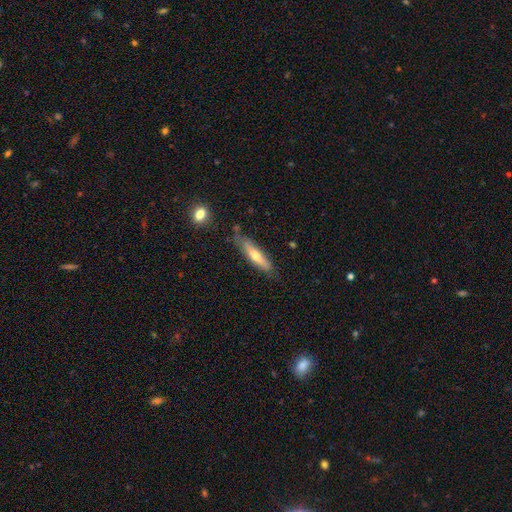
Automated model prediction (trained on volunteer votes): This appears to be a smooth galaxy with no disk features (52%) that is cigar-shaped (79%). Merging: none (73%).